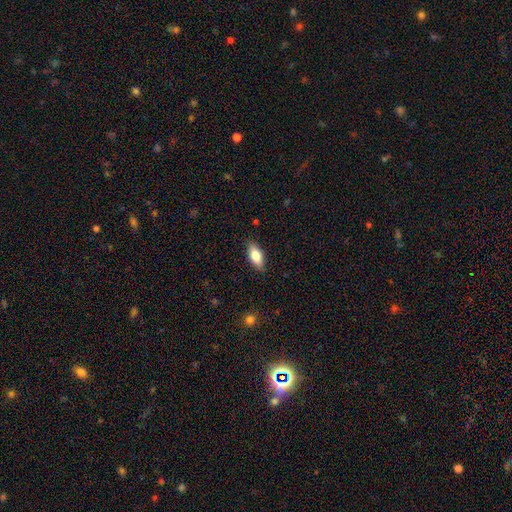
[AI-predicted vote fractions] The model was most divided on "smooth or featured": smooth: 78%, featured or disk: 16%, star or artifact: 7%. More confident: merging — none (87%); how rounded — in between (85%).